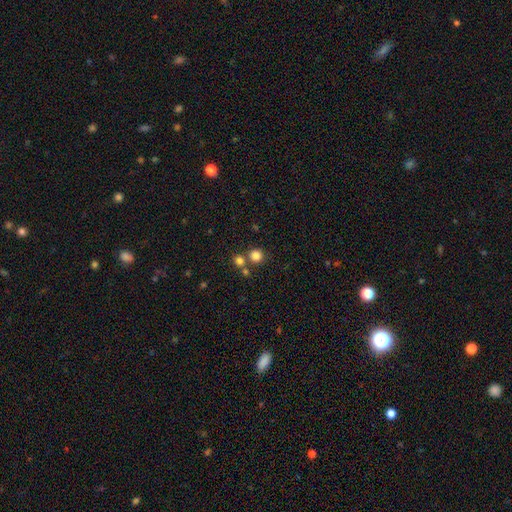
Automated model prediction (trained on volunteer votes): A smooth galaxy with no disk features (82%) that is round (92%).

Vote fractions:
- Smooth or featured? smooth: 82% / star or artifact: 13% / featured or disk: 5%
- How rounded? round: 92% / in between: 7% / cigar-shaped: 1%
- Merging? none: 70% / merger: 21% / minor disturbance: 6% / major disturbance: 3%